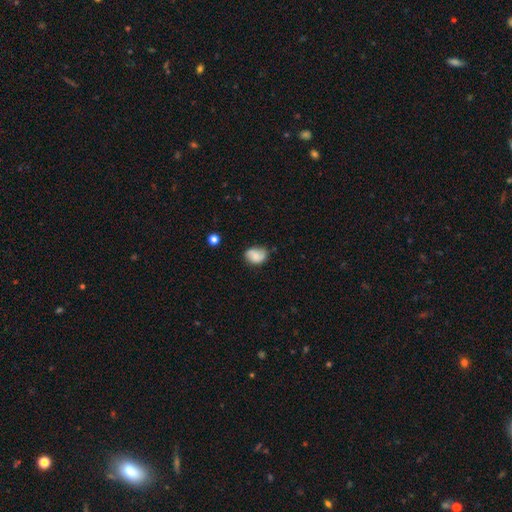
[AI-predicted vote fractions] smooth-or-featured: smooth: 63% | featured or disk: 28% | star or artifact: 9%
  how-rounded: in between: 65% | round: 34% | cigar-shaped: 1%
  merging: none: 61% | minor disturbance: 29% | major disturbance: 6% | merger: 3%